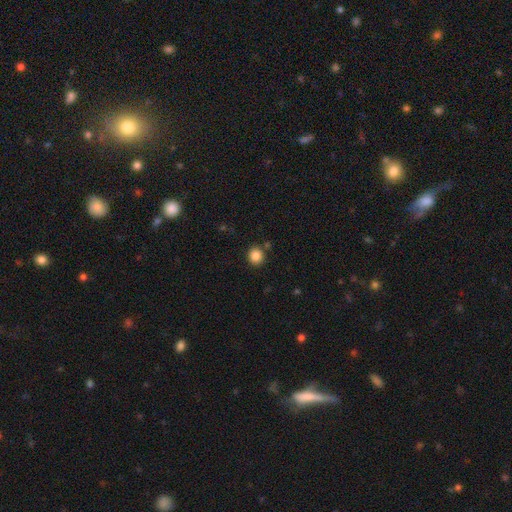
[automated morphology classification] smooth 85%, star or artifact 10%, featured or disk 4%. Down the decision tree: how rounded — round (87%); merging — none (84%).